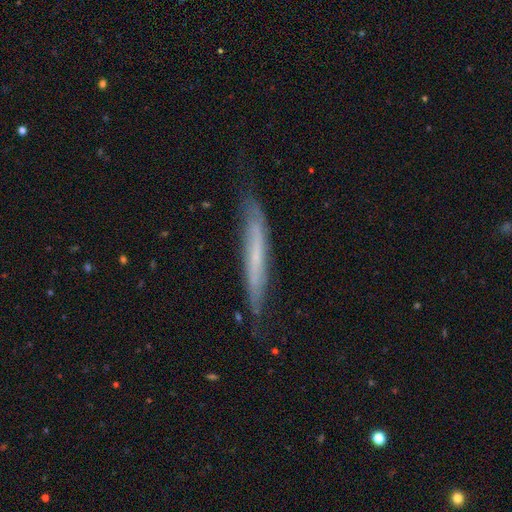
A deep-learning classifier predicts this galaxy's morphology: A featured or disk galaxy (55%) viewed edge-on (79%).

Vote fractions:
- Smooth or featured? featured or disk: 55% / smooth: 38% / star or artifact: 7%
- Edge-on disk? yes: 79% / no: 21%
- Merging? none: 71% / minor disturbance: 22% / major disturbance: 5% / merger: 2%